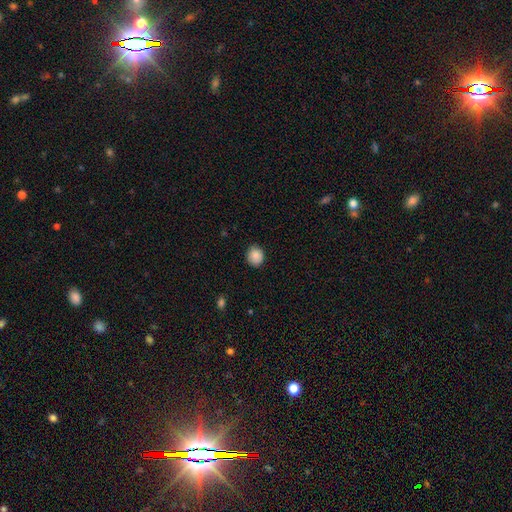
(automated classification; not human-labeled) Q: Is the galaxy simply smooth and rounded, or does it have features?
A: smooth — 88%.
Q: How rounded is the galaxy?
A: round — 82%.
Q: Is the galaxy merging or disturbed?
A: none — 87%.